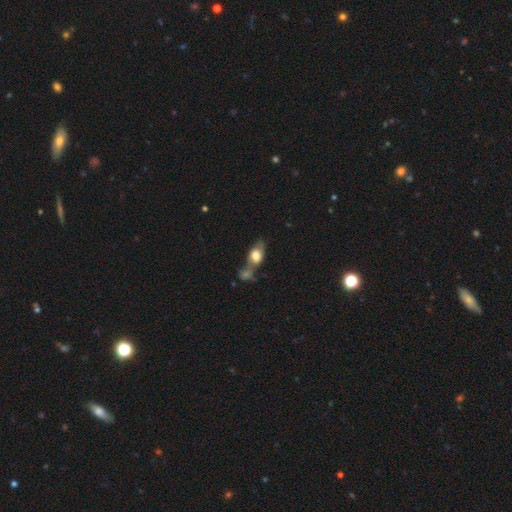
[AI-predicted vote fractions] The model was most divided on "merging": merger: 45%, none: 31%, minor disturbance: 14%, major disturbance: 10%. More confident: how rounded — in between (79%); smooth or featured — smooth (66%).